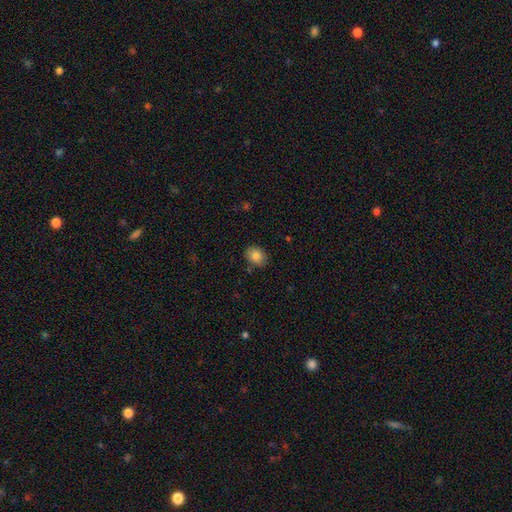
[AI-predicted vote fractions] smooth-or-featured: smooth: 84% | star or artifact: 9% | featured or disk: 7%
  how-rounded: round: 50% (tied) | in between: 50% (tied) | cigar-shaped: 1%
  merging: none: 82% | minor disturbance: 13% | merger: 3% | major disturbance: 3%